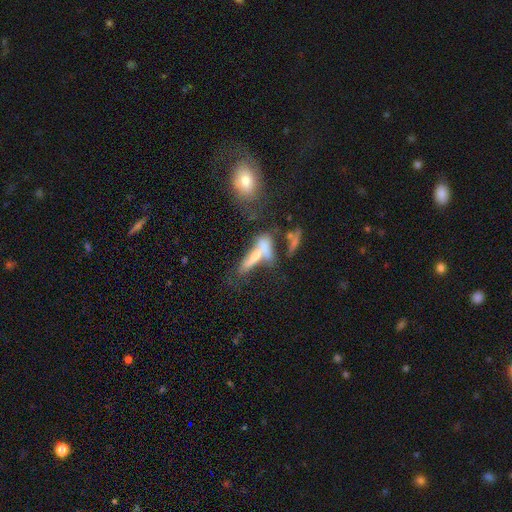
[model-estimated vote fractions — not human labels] Smooth or featured? Predicted: smooth (p=0.47). Merging? Predicted: merger (p=0.49).